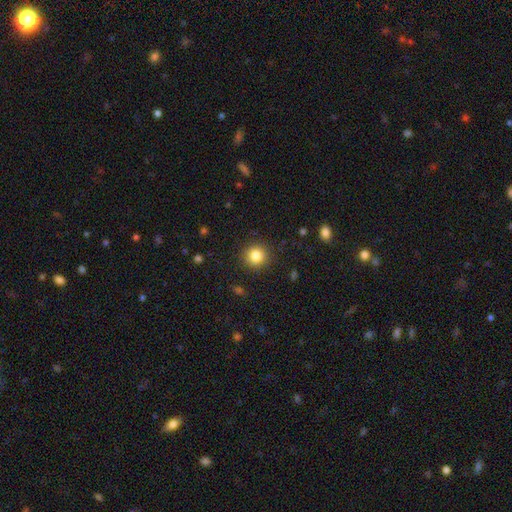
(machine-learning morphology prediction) smooth 83%, star or artifact 11%, featured or disk 6%. Down the decision tree: how rounded — round (93%); merging — none (91%).